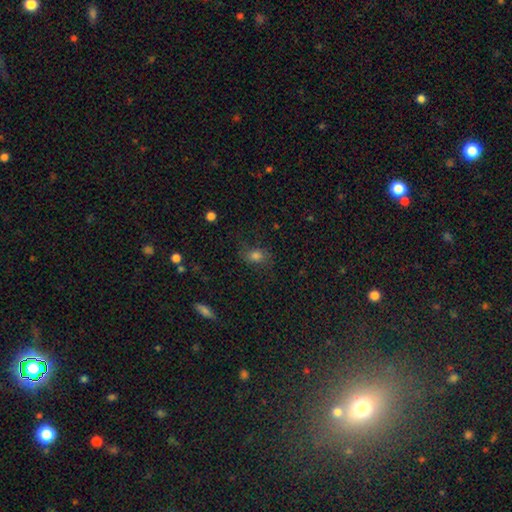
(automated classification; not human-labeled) Smooth or featured?
  - smooth: 71% *
  - star or artifact: 15%
  - featured or disk: 14%
How rounded?
  - in between: 65% *
  - round: 33%
  - cigar-shaped: 2%
Merging?
  - none: 67% *
  - minor disturbance: 21%
  - major disturbance: 11%
  - merger: 2%